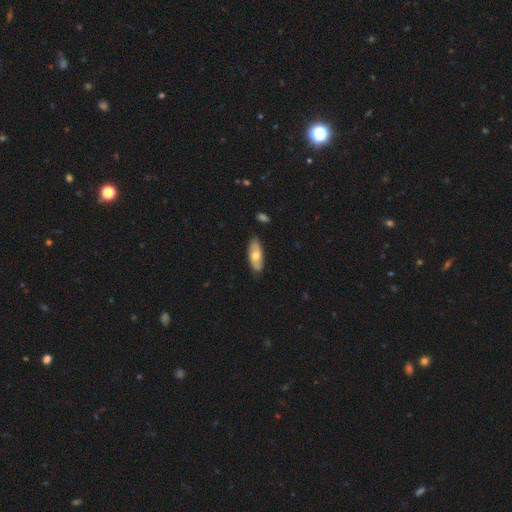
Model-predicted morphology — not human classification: smooth 61%, featured or disk 33%, star or artifact 6%. Down the decision tree: how rounded — in between (77%); merging — none (82%).